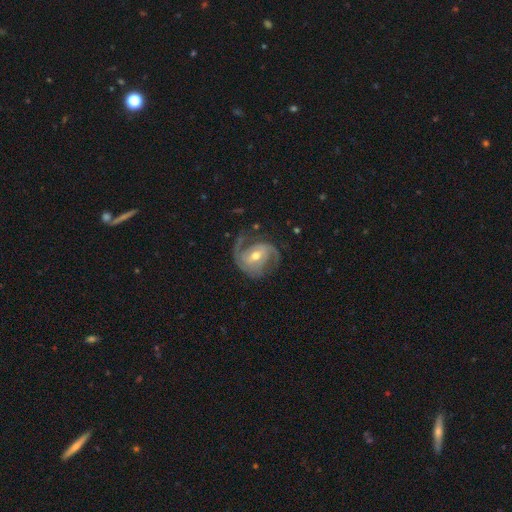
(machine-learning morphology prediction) Smooth or featured: featured or disk — 88% (smooth — 7%)
Edge-on disk: no — 98% (yes — 2%)
Bar: weak — 45% (no — 31%)
Spiral arms: yes — 96% (no — 4%)
Spiral winding: medium — 47% (tight — 33%)
Spiral arm count: 2 — 77% (3 — 8%)
Bulge size: moderate — 70% (small — 24%)
Merging: none — 68% (minor disturbance — 18%)